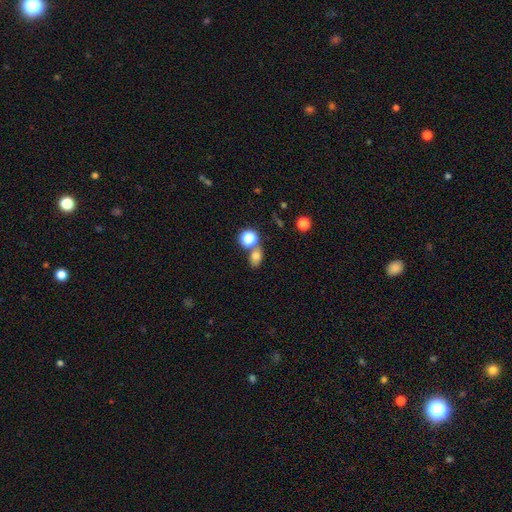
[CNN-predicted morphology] A smooth galaxy with no disk features (73%) that is in between round and cigar-shaped (64%). Merging: none (59%).